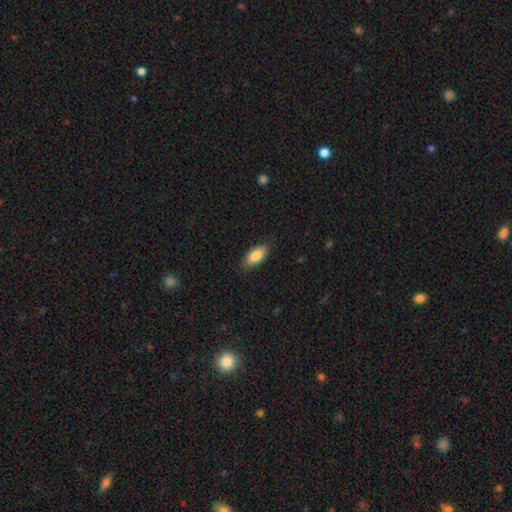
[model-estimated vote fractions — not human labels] Smooth or featured? Predicted: smooth (p=0.85). How rounded? Predicted: in between (p=0.91). Merging? Predicted: none (p=0.84).